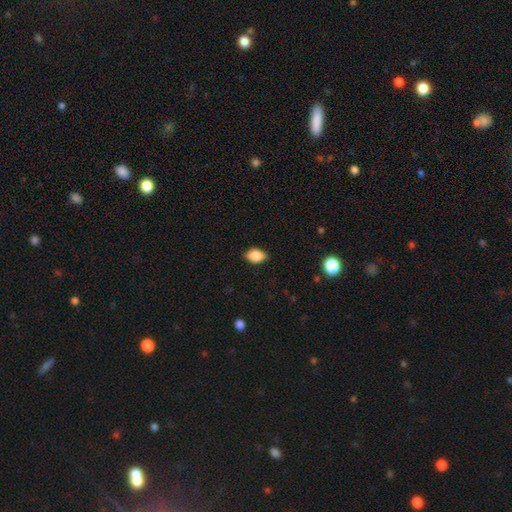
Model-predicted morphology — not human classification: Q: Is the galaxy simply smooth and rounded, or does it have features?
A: smooth — 86%.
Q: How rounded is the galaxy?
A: in between — 87%.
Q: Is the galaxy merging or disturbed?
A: none — 85%.